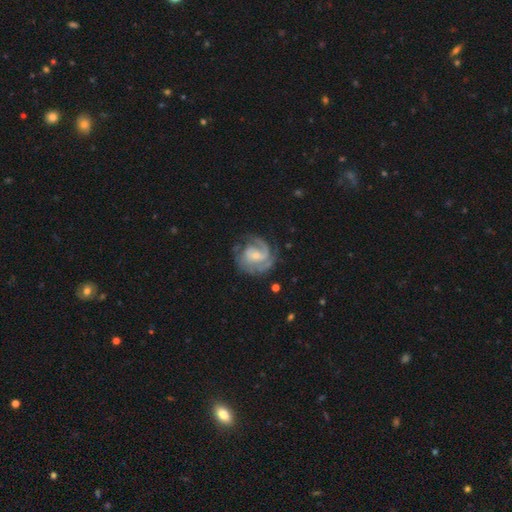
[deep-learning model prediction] Q: Smooth or featured?
A: featured or disk (86%); runner-up: smooth (9%)
Q: Edge-on disk?
A: no (98%); runner-up: yes (2%)
Q: Bar?
A: no (50%); runner-up: weak (40%)
Q: Spiral arms?
A: yes (95%); runner-up: no (5%)
Q: Spiral winding?
A: tight (55%); runner-up: medium (36%)
Q: Spiral arm count?
A: 2 (38%); runner-up: 3 (23%)
Q: Bulge size?
A: small (64%); runner-up: moderate (30%)
Q: Merging?
A: none (67%); runner-up: minor disturbance (19%)